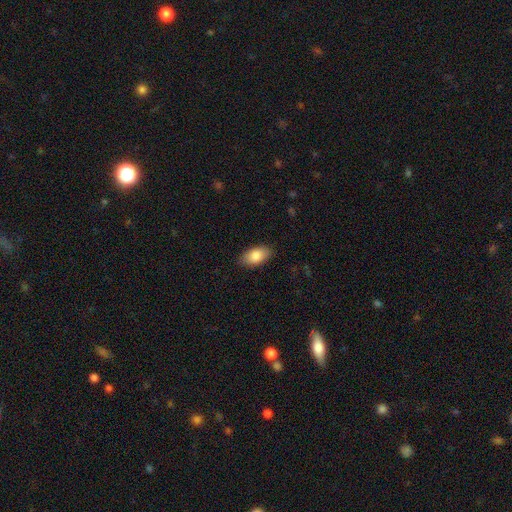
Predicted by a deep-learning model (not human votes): Morphology: type=smooth (85%); roundness=in between (93%); merging=none (87%).